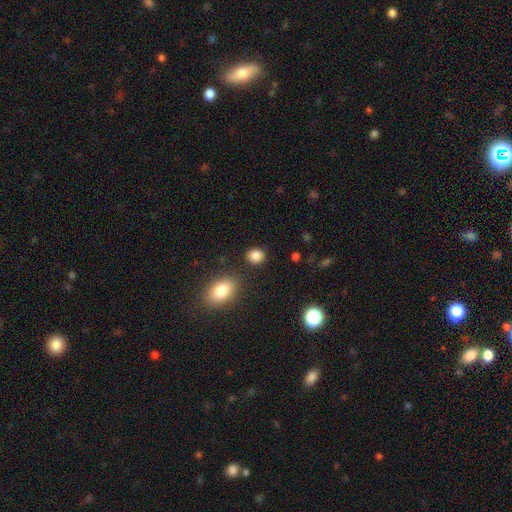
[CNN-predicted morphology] Smooth or featured? Predicted: smooth (p=0.86). How rounded? Predicted: round (p=0.70). Merging? Predicted: none (p=0.84).